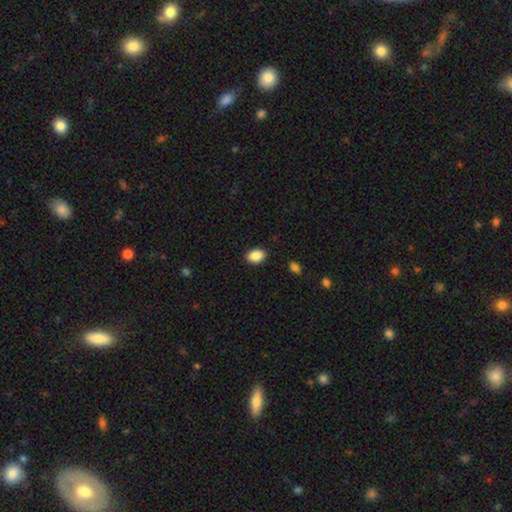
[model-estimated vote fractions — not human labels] Smooth or featured: smooth — 88% (star or artifact — 8%)
How rounded: in between — 84% (round — 14%)
Merging: none — 89% (minor disturbance — 8%)